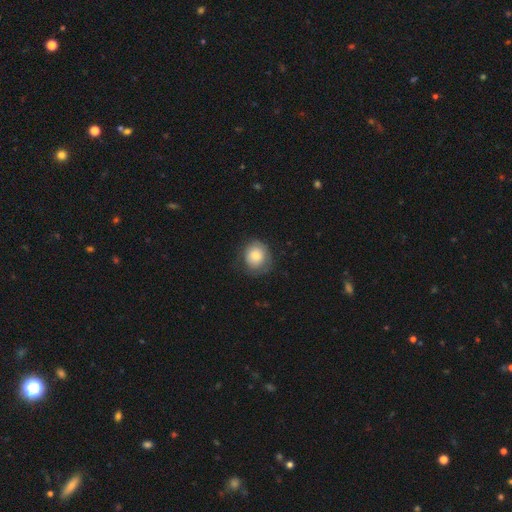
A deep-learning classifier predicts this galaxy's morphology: Smooth or featured?
  - smooth: 76% *
  - featured or disk: 16%
  - star or artifact: 8%
How rounded?
  - round: 80% *
  - in between: 20%
  - cigar-shaped: 1%
Merging?
  - none: 70% *
  - minor disturbance: 21%
  - major disturbance: 8%
  - merger: 1%